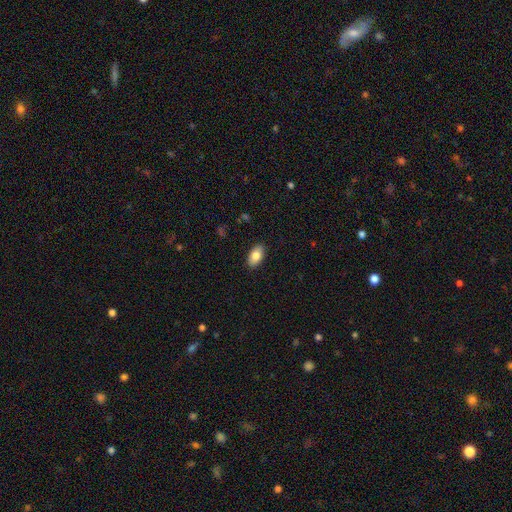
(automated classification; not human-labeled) This appears to be a smooth galaxy with no disk features (84%) that is in between round and cigar-shaped (94%). Merging: none (89%).